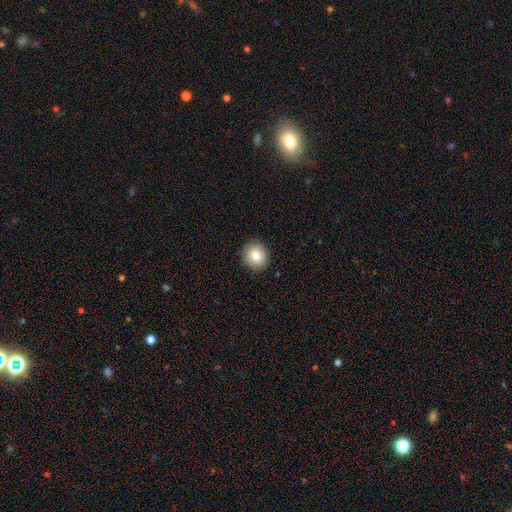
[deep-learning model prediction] Smooth or featured? Predicted: smooth (p=0.81). How rounded? Predicted: round (p=0.87). Merging? Predicted: none (p=0.90).